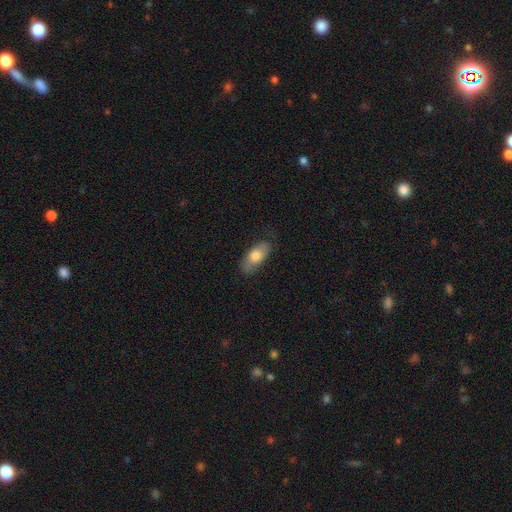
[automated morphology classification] Q: Smooth or featured?
A: smooth (73%); runner-up: featured or disk (21%)
Q: How rounded?
A: in between (88%); runner-up: cigar-shaped (9%)
Q: Merging?
A: none (77%); runner-up: minor disturbance (17%)